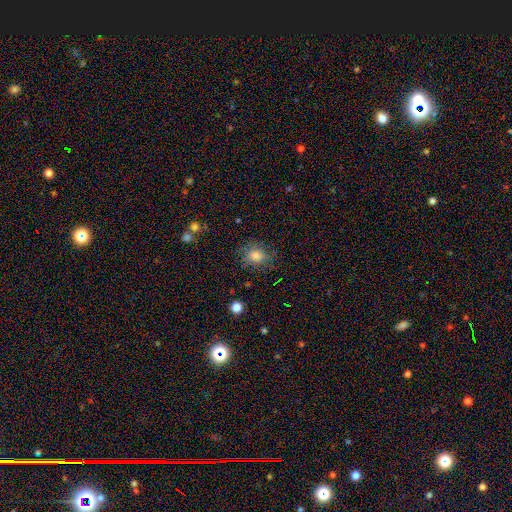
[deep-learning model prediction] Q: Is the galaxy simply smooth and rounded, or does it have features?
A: smooth — 76%.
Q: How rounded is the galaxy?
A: round — 60%.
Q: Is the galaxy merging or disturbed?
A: none — 75%.